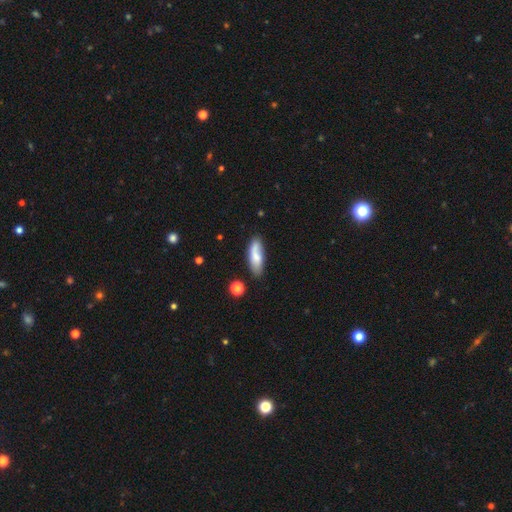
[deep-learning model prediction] The model was most divided on "how rounded": in between: 62%, cigar-shaped: 36%, round: 2%. More confident: smooth or featured — smooth (71%); merging — none (70%).